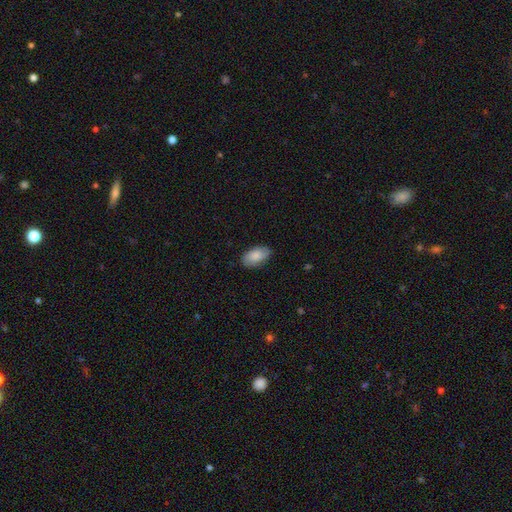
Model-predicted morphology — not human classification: Overall: smooth (79%). How rounded: in between (94%). Merging: none (80%).